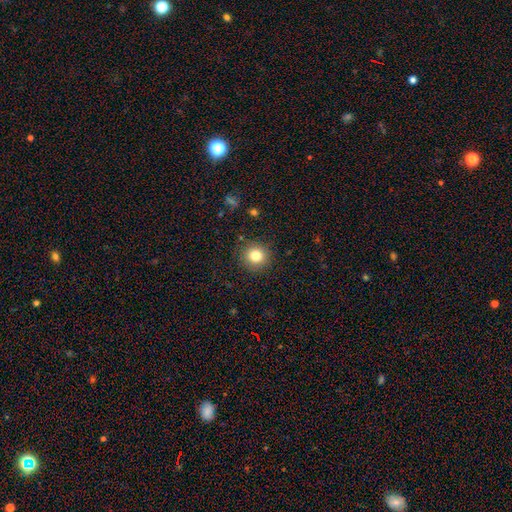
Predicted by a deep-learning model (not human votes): Smooth or featured? smooth (81%)
How rounded? round (93%)
Merging? none (90%)